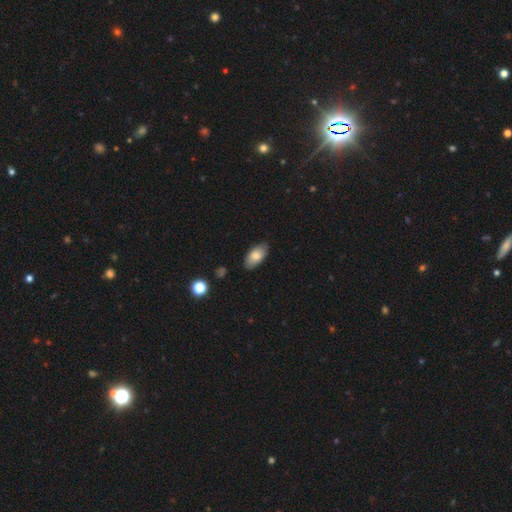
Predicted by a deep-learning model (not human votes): This is clearly a smooth galaxy (81%). How rounded: clearly in between (93%). Merging: clearly none (84%).